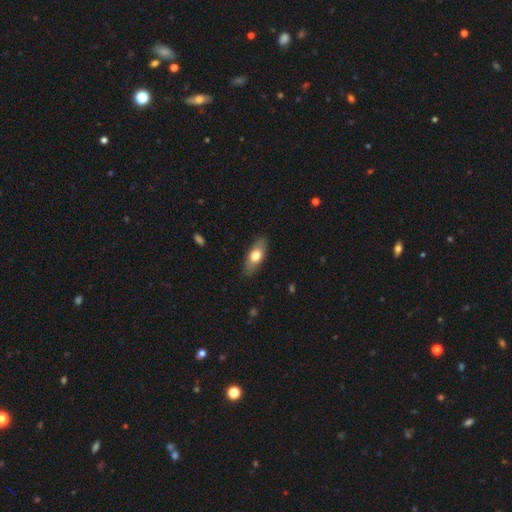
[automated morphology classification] The model was most divided on "smooth or featured": smooth: 67%, featured or disk: 27%, star or artifact: 6%. More confident: merging — none (84%); how rounded — in between (79%).